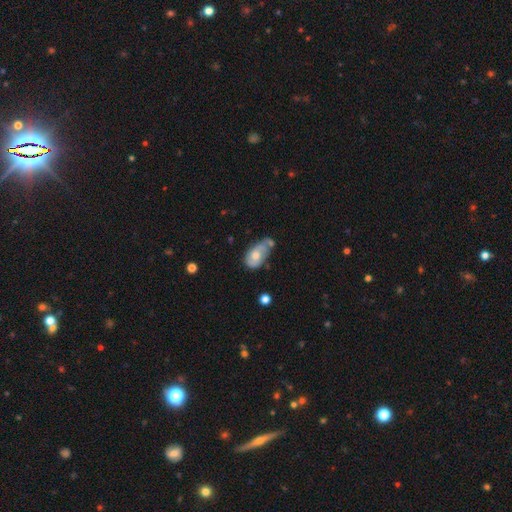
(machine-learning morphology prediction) This appears to be a featured or disk galaxy (49%). Merging: none (33%).